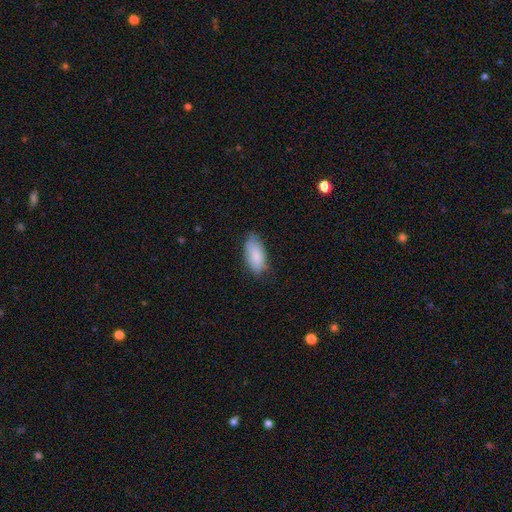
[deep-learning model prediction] Smooth or featured? smooth (85%)
How rounded? in between (90%)
Merging? none (68%)